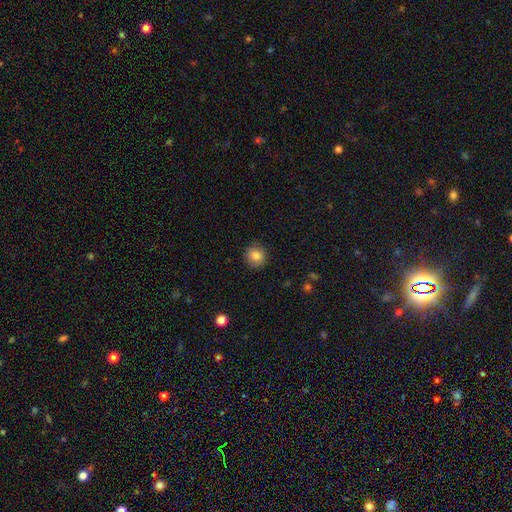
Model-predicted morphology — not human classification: Smooth or featured?
  - smooth: 83% *
  - star or artifact: 10%
  - featured or disk: 8%
How rounded?
  - round: 89% *
  - in between: 10%
  - cigar-shaped: 1%
Merging?
  - none: 88% *
  - minor disturbance: 9%
  - major disturbance: 2%
  - merger: 1%